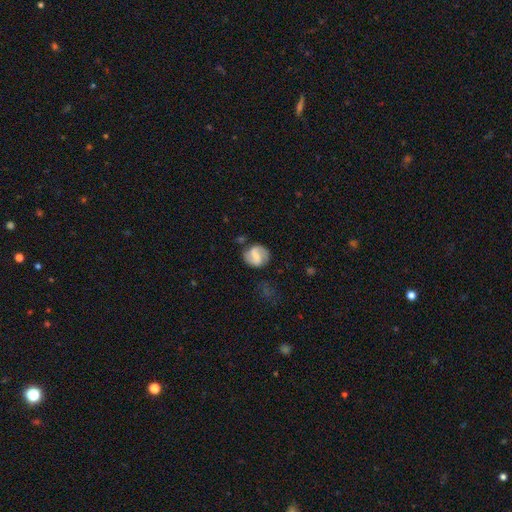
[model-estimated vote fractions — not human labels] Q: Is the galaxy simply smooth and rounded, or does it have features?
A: featured or disk — 69%.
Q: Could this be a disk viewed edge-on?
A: no — 98%.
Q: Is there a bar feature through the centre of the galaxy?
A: weak — 45%.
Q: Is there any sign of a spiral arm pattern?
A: yes — 90%.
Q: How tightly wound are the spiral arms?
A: medium — 47%.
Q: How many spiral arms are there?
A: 2 — 89%.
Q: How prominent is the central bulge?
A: small — 43%.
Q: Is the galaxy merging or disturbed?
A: none — 74%.